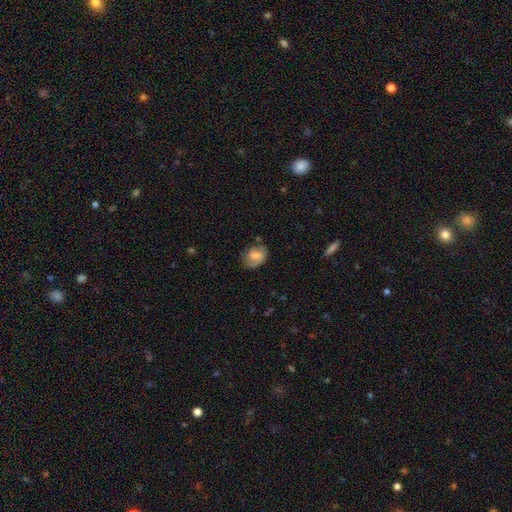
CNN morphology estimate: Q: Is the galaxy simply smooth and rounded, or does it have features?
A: smooth — 70%.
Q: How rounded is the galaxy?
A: in between — 61%.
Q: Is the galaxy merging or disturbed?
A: none — 63%.